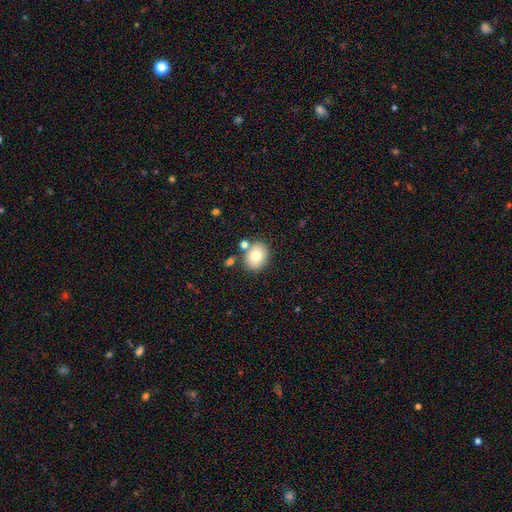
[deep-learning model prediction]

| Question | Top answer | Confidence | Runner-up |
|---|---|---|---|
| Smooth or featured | smooth | 81% | featured or disk (10%) |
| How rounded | in between | 52% | round (47%) |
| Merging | none | 76% | minor disturbance (11%) |